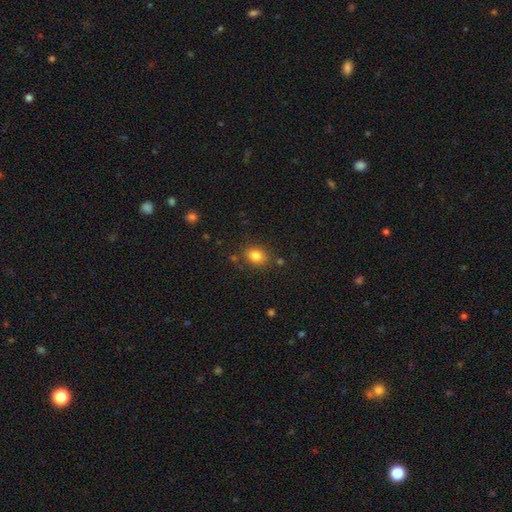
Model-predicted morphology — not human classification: Smooth or featured?
  - smooth: 82% *
  - star or artifact: 11%
  - featured or disk: 7%
How rounded?
  - in between: 56% *
  - round: 43%
  - cigar-shaped: 1%
Merging?
  - none: 80% *
  - minor disturbance: 12%
  - merger: 4%
  - major disturbance: 4%